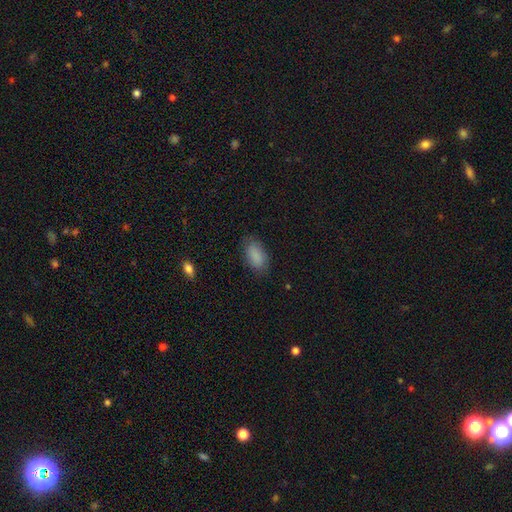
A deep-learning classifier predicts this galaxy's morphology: Q: Smooth or featured?
A: smooth (88%); runner-up: star or artifact (7%)
Q: How rounded?
A: in between (92%); runner-up: cigar-shaped (4%)
Q: Merging?
A: none (81%); runner-up: minor disturbance (15%)